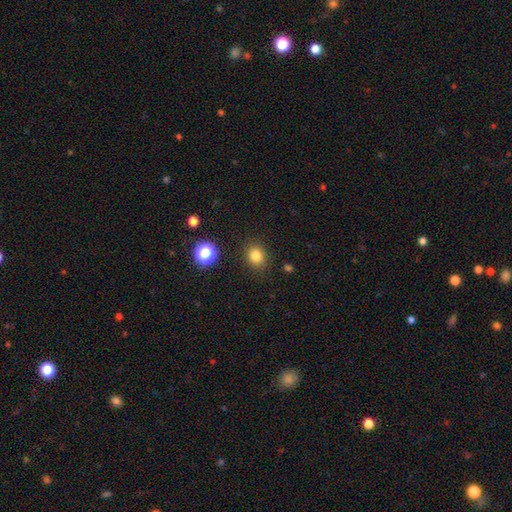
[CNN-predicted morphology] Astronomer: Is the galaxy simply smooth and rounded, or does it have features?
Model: smooth — 81%.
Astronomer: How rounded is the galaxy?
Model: round — 70%.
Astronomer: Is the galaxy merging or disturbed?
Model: none — 86%.